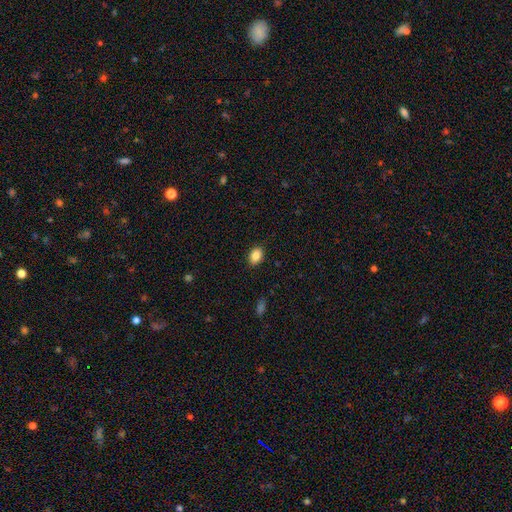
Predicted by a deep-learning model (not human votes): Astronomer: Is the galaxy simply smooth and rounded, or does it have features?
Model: smooth — 86%.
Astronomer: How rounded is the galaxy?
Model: in between — 76%.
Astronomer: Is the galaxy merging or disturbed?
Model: none — 89%.